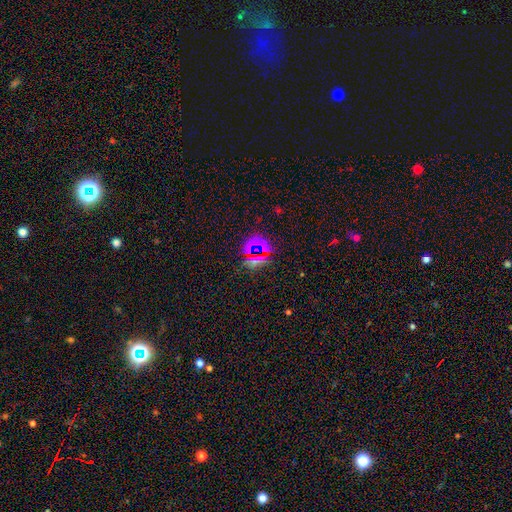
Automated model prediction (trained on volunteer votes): Smooth or featured?
  - star or artifact: 60% *
  - smooth: 30%
  - featured or disk: 10%